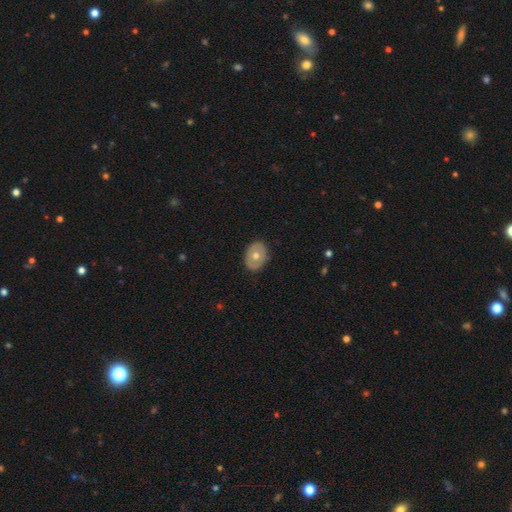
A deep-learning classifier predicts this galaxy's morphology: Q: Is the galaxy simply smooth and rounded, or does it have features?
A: smooth — 52%.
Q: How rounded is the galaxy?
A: in between — 53%.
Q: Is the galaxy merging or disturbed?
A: none — 86%.